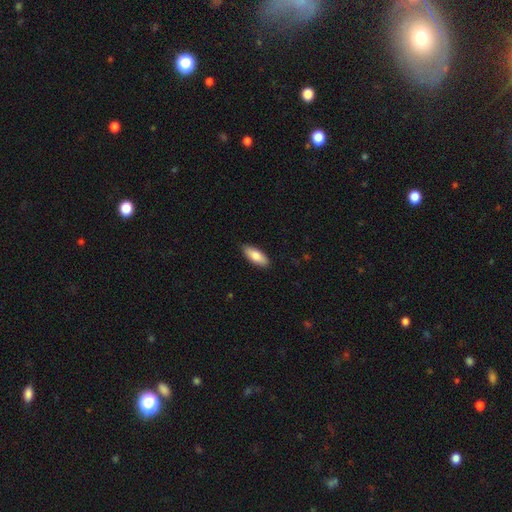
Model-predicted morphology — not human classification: type=smooth (82%); roundness=in between (76%); merging=none (88%).